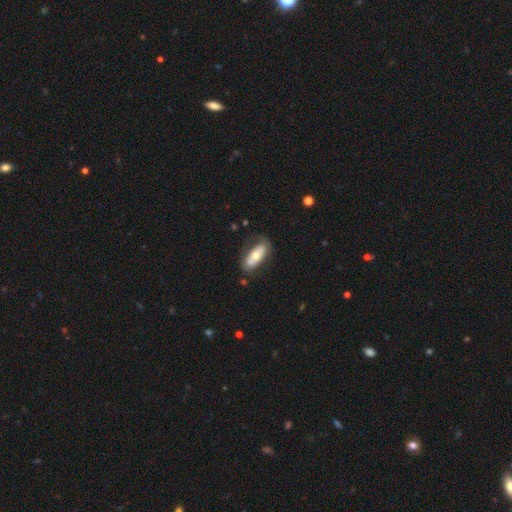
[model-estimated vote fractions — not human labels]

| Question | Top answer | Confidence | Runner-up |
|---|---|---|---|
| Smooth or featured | smooth | 56% | featured or disk (38%) |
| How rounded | in between | 72% | cigar-shaped (26%) |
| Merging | none | 68% | minor disturbance (20%) |